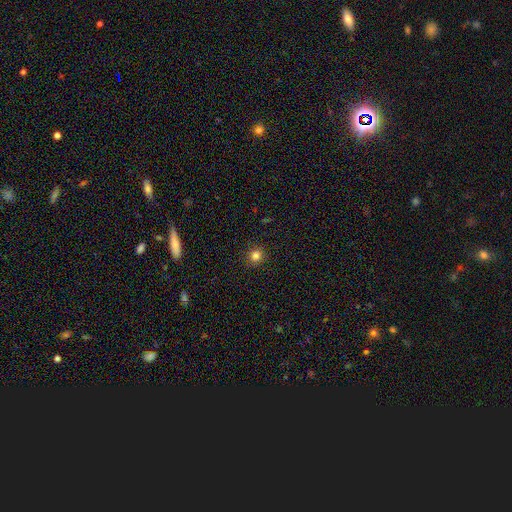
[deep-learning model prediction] Smooth or featured? Predicted: smooth (p=0.81). How rounded? Predicted: round (p=0.94). Merging? Predicted: none (p=0.92).